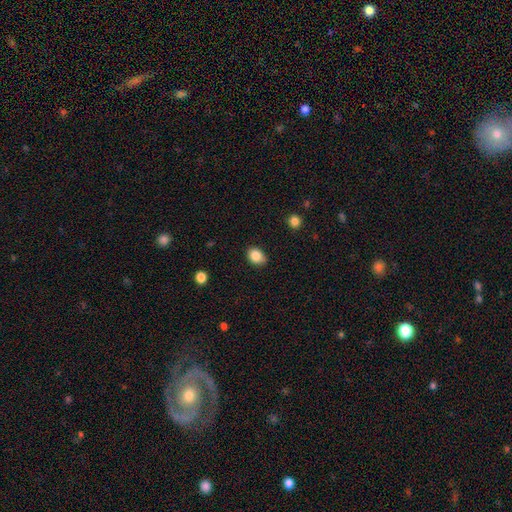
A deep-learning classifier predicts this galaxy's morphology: Smooth or featured?
  - smooth: 86% *
  - star or artifact: 9%
  - featured or disk: 5%
How rounded?
  - in between: 61% *
  - round: 38%
  - cigar-shaped: 1%
Merging?
  - none: 80% *
  - minor disturbance: 16%
  - major disturbance: 3%
  - merger: 1%